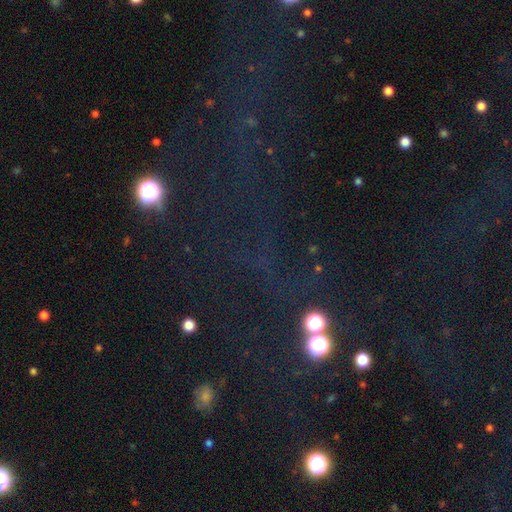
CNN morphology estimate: Smooth or featured? star or artifact (69%)